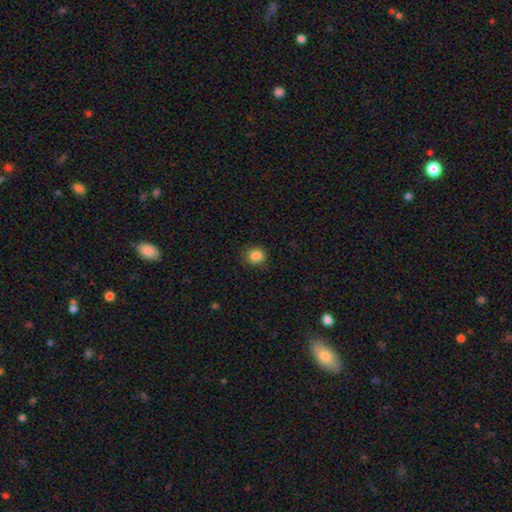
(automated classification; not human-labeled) smooth_or_featured: smooth (p=0.86) [alt: star or artifact p=0.10]
how_rounded: round (p=0.79) [alt: in between p=0.20]
merging: none (p=0.82) [alt: minor disturbance p=0.14]